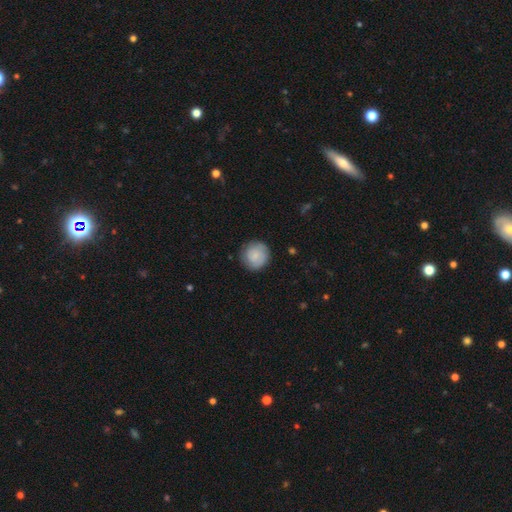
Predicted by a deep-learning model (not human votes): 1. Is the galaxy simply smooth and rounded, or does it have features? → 71% smooth, 23% featured or disk, 7% star or artifact.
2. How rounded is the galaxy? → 93% round, 6% in between, 1% cigar-shaped.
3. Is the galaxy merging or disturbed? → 86% none, 10% minor disturbance, 3% major disturbance, 1% merger.